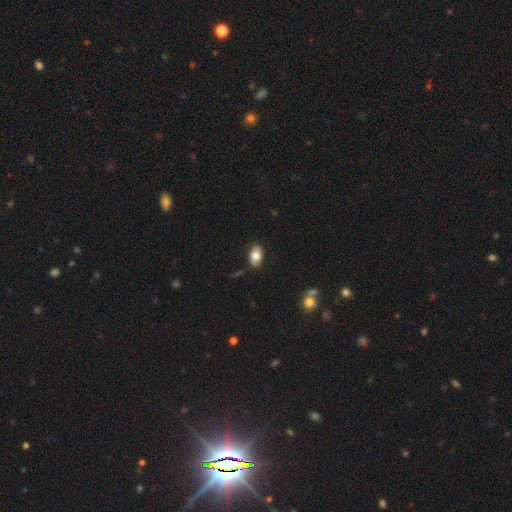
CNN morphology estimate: type=smooth (76%); roundness=in between (91%); merging=none (83%).